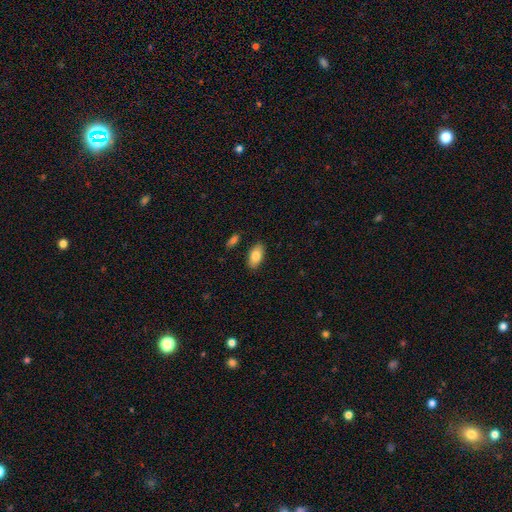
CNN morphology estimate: A smooth galaxy with no disk features (81%) that is in between round and cigar-shaped (92%). Merging: none (86%).